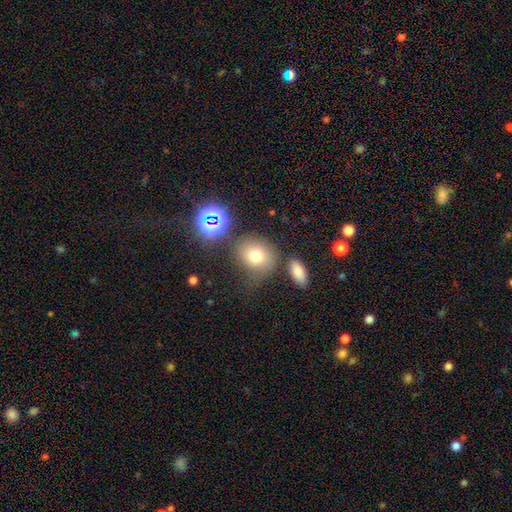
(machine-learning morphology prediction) A smooth galaxy with no disk features (71%) that is round (64%). Merging: none (68%).